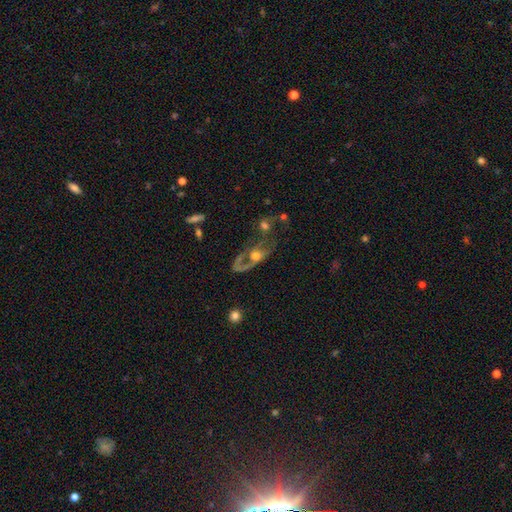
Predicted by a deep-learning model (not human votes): Smooth or featured?
  - featured or disk: 66% *
  - smooth: 24%
  - star or artifact: 10%
Edge-on disk?
  - no: 89% *
  - yes: 11%
Bar?
  - no: 77% *
  - weak: 17%
  - strong: 6%
Spiral arms?
  - yes: 58% *
  - no: 42%
Bulge size?
  - moderate: 59% *
  - large: 18%
  - small: 16%
  - none: 5%
  - dominant: 3%
Merging?
  - major disturbance: 35% *
  - none: 27%
  - merger: 25%
  - minor disturbance: 13%